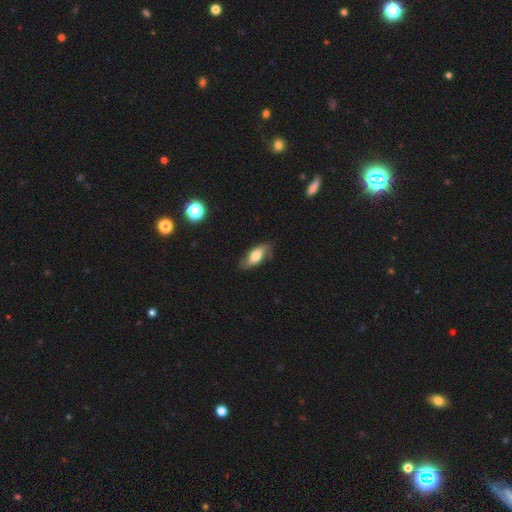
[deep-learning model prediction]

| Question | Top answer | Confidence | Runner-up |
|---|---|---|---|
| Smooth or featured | smooth | 60% | featured or disk (33%) |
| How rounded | in between | 79% | cigar-shaped (17%) |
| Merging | none | 73% | minor disturbance (21%) |